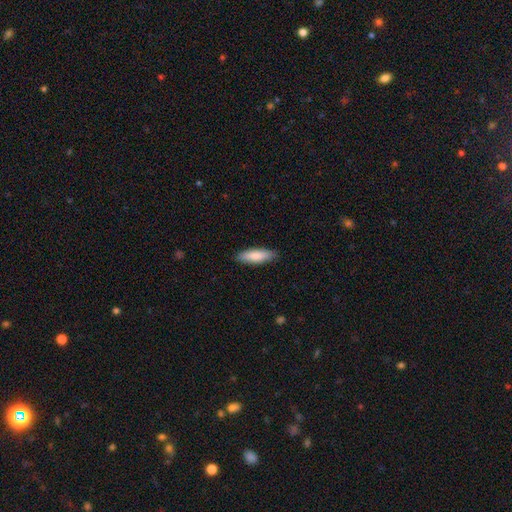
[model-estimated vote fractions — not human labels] smooth_or_featured: smooth (p=0.84) [alt: featured or disk p=0.11]
how_rounded: cigar-shaped (p=0.54) [alt: in between p=0.44]
merging: none (p=0.88) [alt: minor disturbance p=0.10]